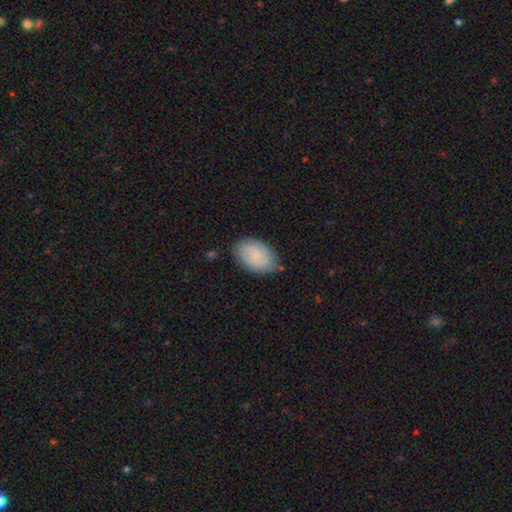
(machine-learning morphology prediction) Smooth or featured? smooth (53%)
How rounded? in between (89%)
Merging? none (78%)